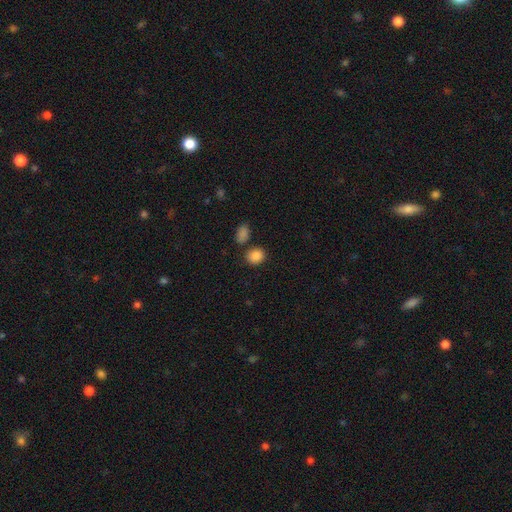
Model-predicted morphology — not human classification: smooth-or-featured: smooth: 87% | star or artifact: 9% | featured or disk: 4%
  how-rounded: round: 61% | in between: 38% | cigar-shaped: 1%
  merging: none: 77% | minor disturbance: 10% | merger: 10% | major disturbance: 3%